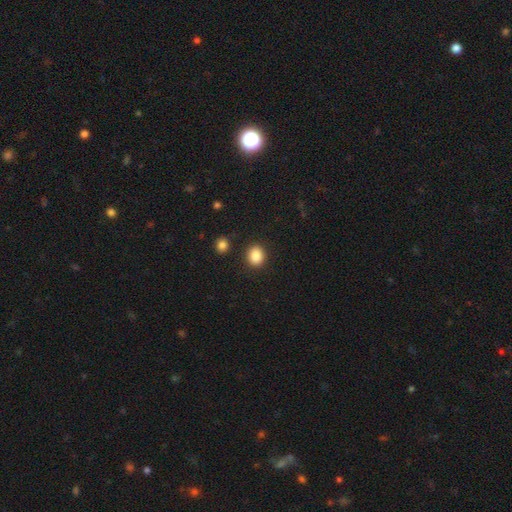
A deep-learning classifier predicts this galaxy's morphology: Smooth or featured: smooth — 87% (star or artifact — 9%)
How rounded: round — 66% (in between — 33%)
Merging: none — 88% (minor disturbance — 7%)